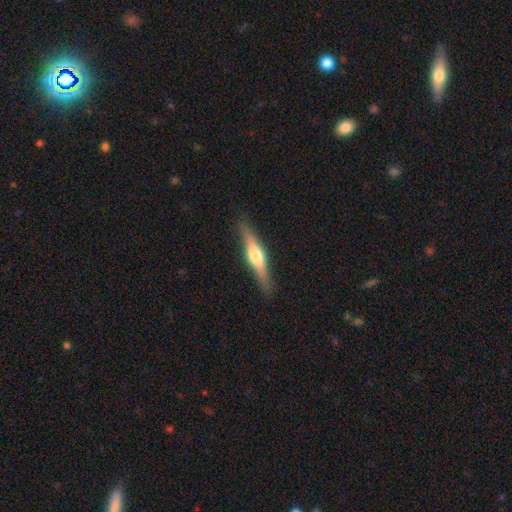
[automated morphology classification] A featured or disk galaxy (62%) viewed edge-on (95%) with a rounded central bulge (86%).

Vote fractions:
- Smooth or featured? featured or disk: 62% / smooth: 32% / star or artifact: 6%
- Edge-on disk? yes: 95% / no: 5%
- Edge-on bulge? rounded: 86% / boxy: 10% / none: 4%
- Merging? none: 87% / minor disturbance: 10% / major disturbance: 2% / merger: 1%